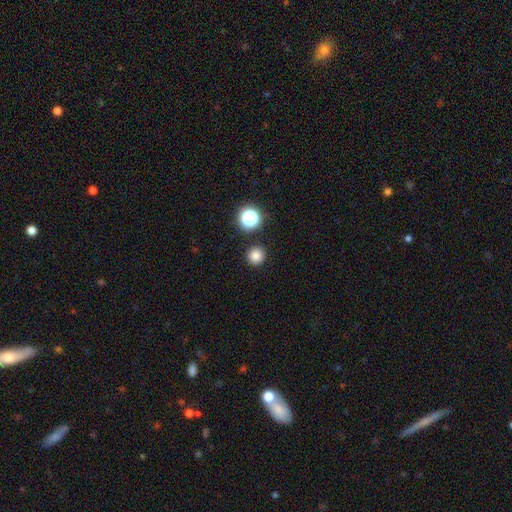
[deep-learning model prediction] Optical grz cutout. It shows a smooth galaxy with no disk features (81%) that is round (95%). Merging: none (91%).